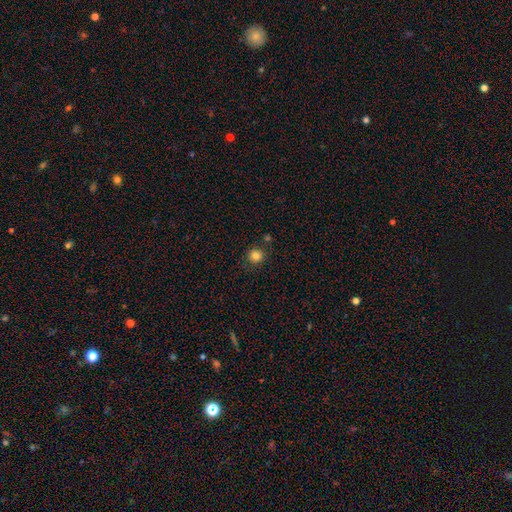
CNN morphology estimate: A smooth galaxy with no disk features (83%) that is round (93%).

Vote fractions:
- Smooth or featured? smooth: 83% / star or artifact: 13% / featured or disk: 5%
- How rounded? round: 93% / in between: 6% / cigar-shaped: 1%
- Merging? none: 84% / minor disturbance: 8% / merger: 5% / major disturbance: 2%